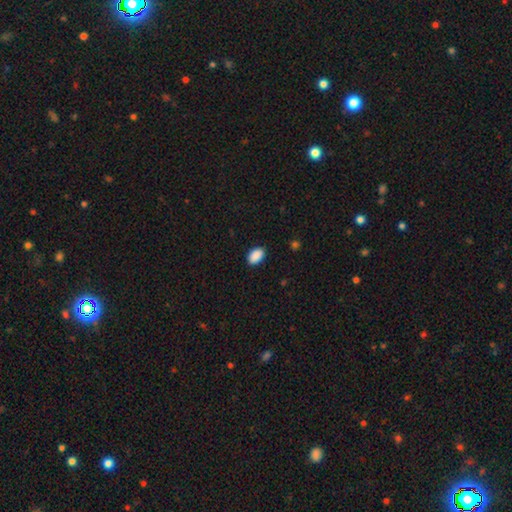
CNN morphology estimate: type=smooth (90%); roundness=in between (91%); merging=none (88%).